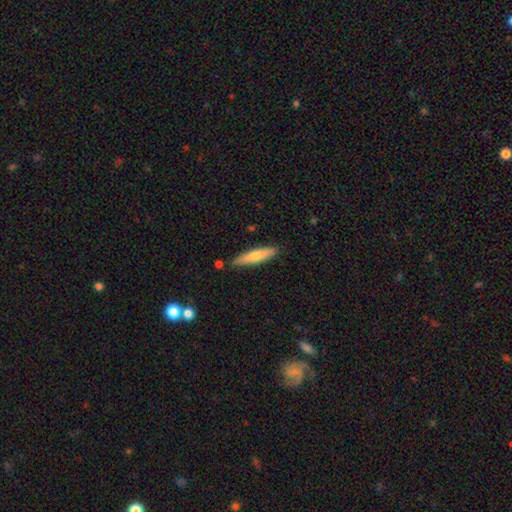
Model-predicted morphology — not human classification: smooth_or_featured: smooth (p=0.67) [alt: featured or disk p=0.27]
how_rounded: cigar-shaped (p=0.85) [alt: in between p=0.14]
merging: none (p=0.85) [alt: minor disturbance p=0.10]